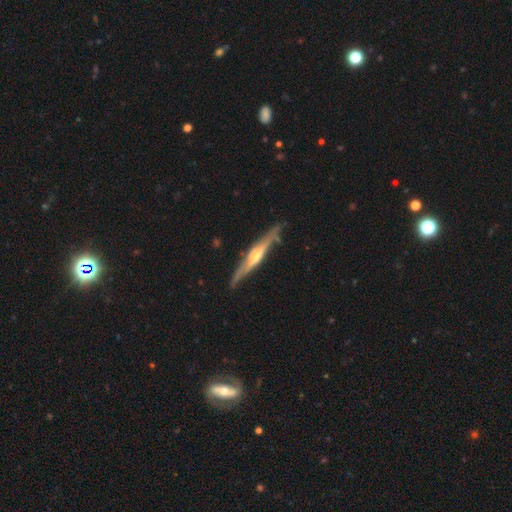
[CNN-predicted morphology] featured or disk 78%, smooth 18%, star or artifact 5%. Down the decision tree: edge-on disk — yes (94%); edge-on bulge — rounded (79%); merging — none (80%).